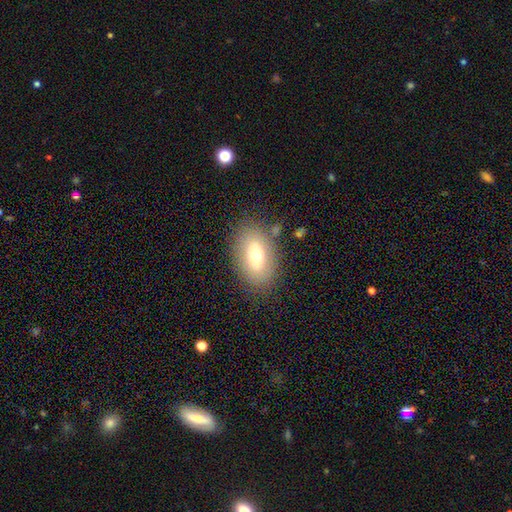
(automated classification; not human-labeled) Smooth or featured: smooth — 65% (featured or disk — 26%)
How rounded: in between — 89% (round — 9%)
Merging: none — 81% (minor disturbance — 12%)